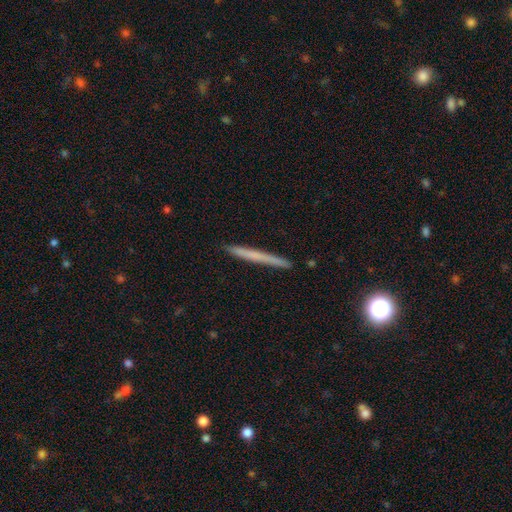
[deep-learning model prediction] Morphology: type=smooth (57%); roundness=cigar-shaped (97%); merging=none (92%).